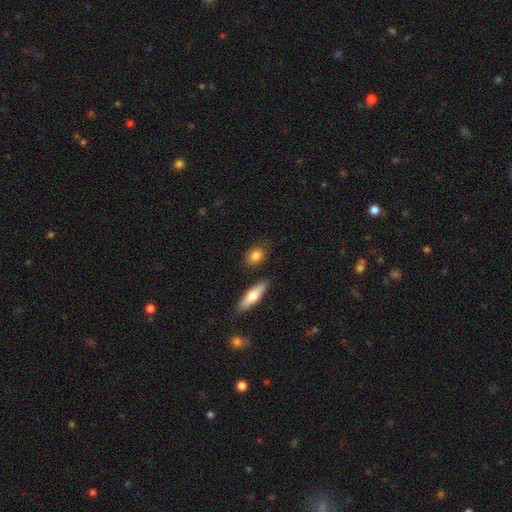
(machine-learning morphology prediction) Smooth or featured? smooth (83%)
How rounded? in between (62%)
Merging? none (80%)